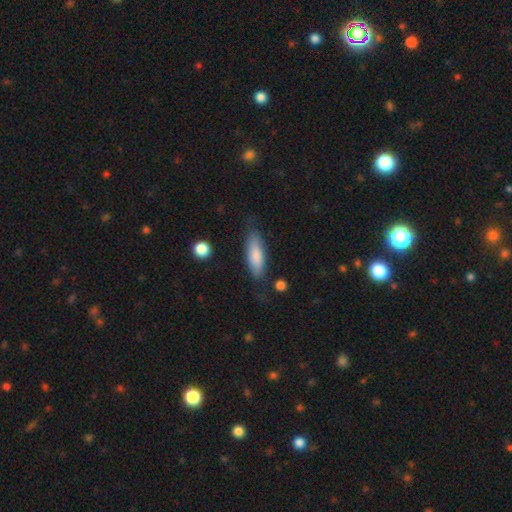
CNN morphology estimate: Smooth or featured: smooth — 81% (featured or disk — 14%)
How rounded: in between — 62% (cigar-shaped — 36%)
Merging: none — 75% (minor disturbance — 18%)